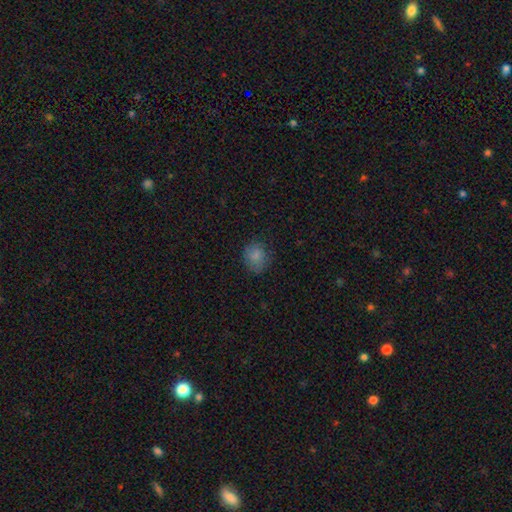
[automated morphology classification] smooth-or-featured: smooth: 83% | star or artifact: 10% | featured or disk: 7%
  how-rounded: round: 71% | in between: 28% | cigar-shaped: 1%
  merging: none: 76% | minor disturbance: 18% | major disturbance: 5% | merger: 1%